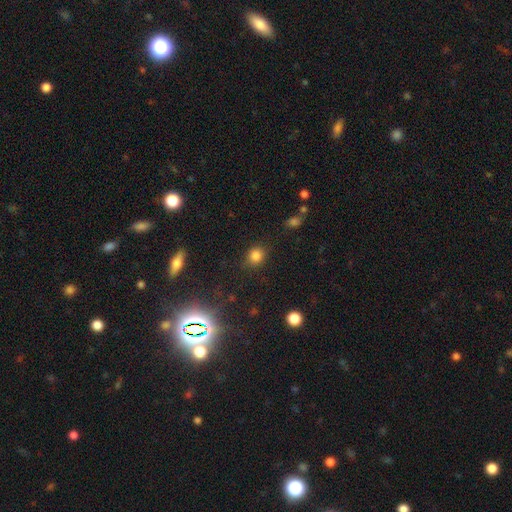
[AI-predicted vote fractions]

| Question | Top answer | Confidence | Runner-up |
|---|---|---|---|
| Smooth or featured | smooth | 81% | star or artifact (14%) |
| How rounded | round | 76% | in between (23%) |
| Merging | none | 82% | minor disturbance (12%) |